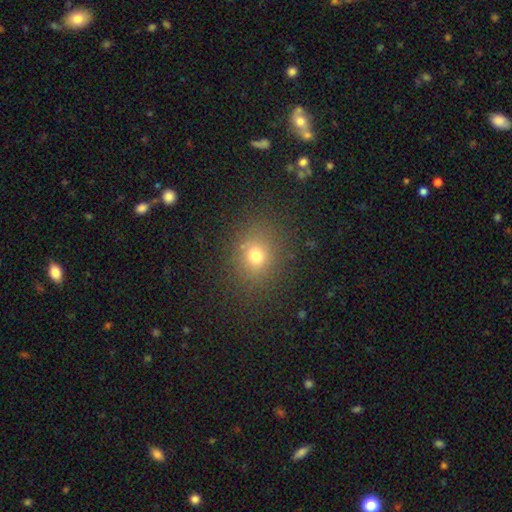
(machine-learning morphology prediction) A smooth galaxy with no disk features (73%) that is round (67%). Merging: none (85%).